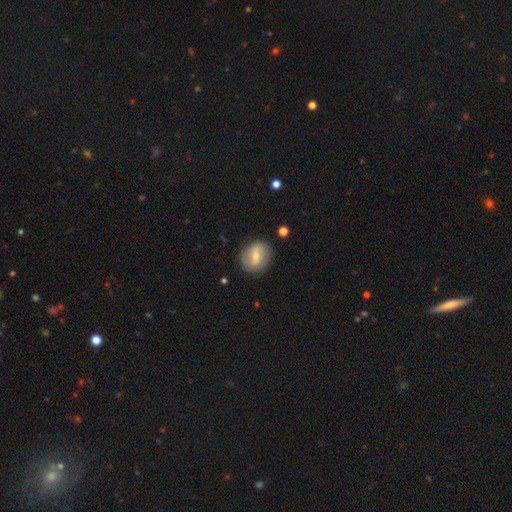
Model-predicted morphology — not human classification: Smooth or featured?
  - smooth: 55% *
  - featured or disk: 38%
  - star or artifact: 7%
How rounded?
  - round: 67% *
  - in between: 31%
  - cigar-shaped: 2%
Merging?
  - none: 81% *
  - minor disturbance: 13%
  - major disturbance: 4%
  - merger: 2%